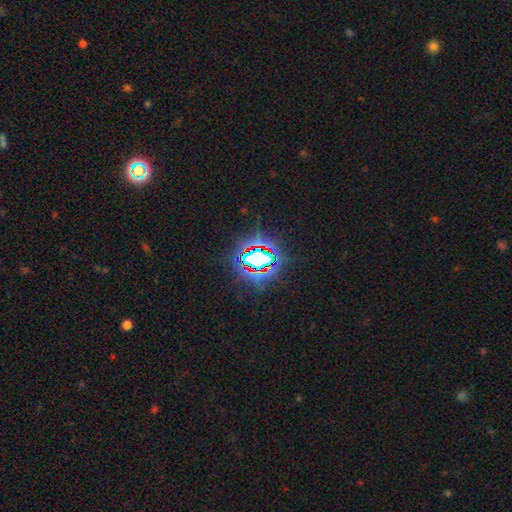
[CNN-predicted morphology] Q: Smooth or featured?
A: star or artifact (73%); runner-up: smooth (16%)